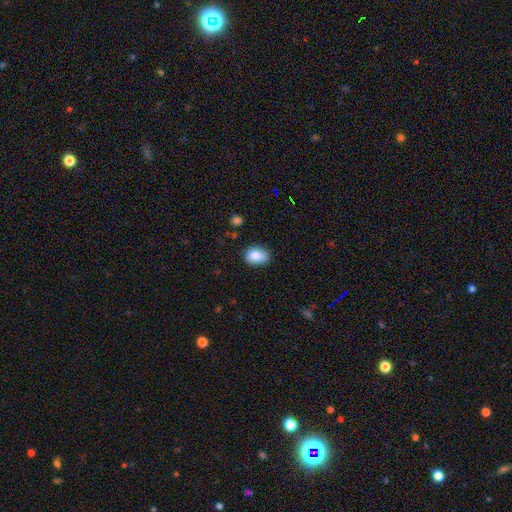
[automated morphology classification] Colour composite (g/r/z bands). It shows a smooth galaxy with no disk features (86%) that is in between round and cigar-shaped (76%). Merging: none (74%).